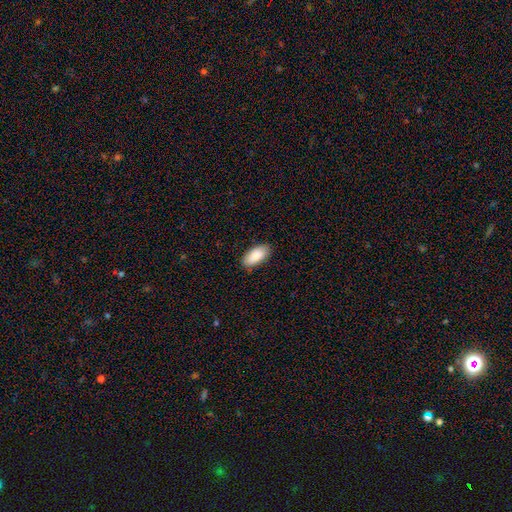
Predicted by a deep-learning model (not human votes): This is clearly a smooth galaxy (89%). How rounded: clearly in between (91%). Merging: clearly none (85%).